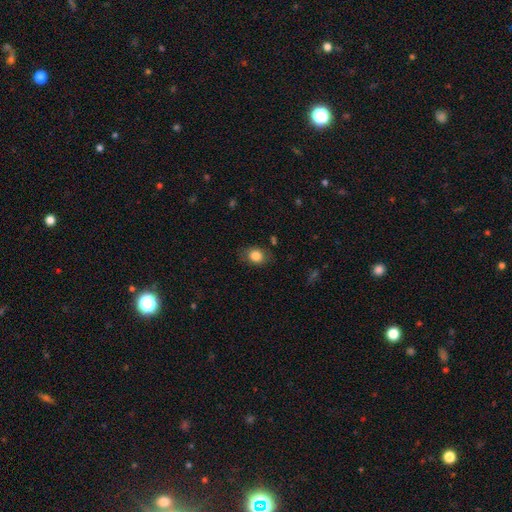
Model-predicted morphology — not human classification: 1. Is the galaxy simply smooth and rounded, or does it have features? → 83% smooth, 9% star or artifact, 8% featured or disk.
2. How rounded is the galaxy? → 51% in between, 48% round, 1% cigar-shaped.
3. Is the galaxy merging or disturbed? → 78% none, 16% minor disturbance, 5% major disturbance, 2% merger.